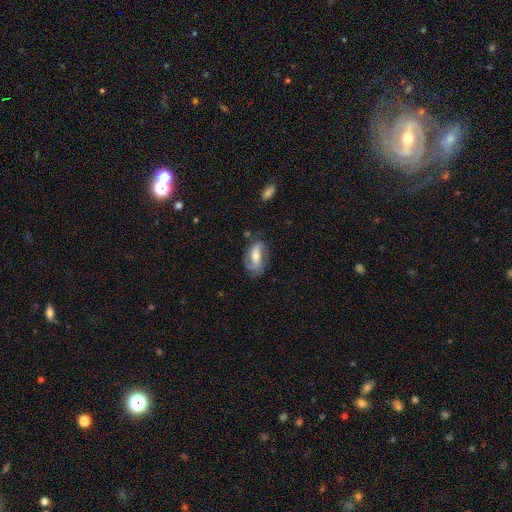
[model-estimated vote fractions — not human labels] This is possibly a featured or disk galaxy (56%). It is clearly not viewed edge-on (91%). Bar: marginally weak (36%, tied with no). Spiral arm pattern: clearly yes (83%). Central bulge: possibly moderate (56%). Merging: likely none (65%).